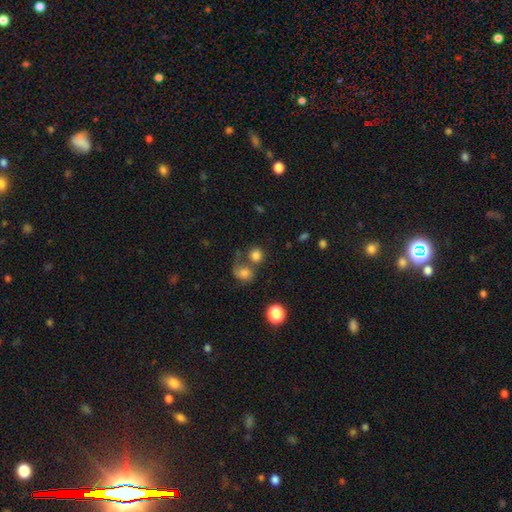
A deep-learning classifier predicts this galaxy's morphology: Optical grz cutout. It shows a smooth galaxy with no disk features (76%) that is round (82%). Merging: none (45%).